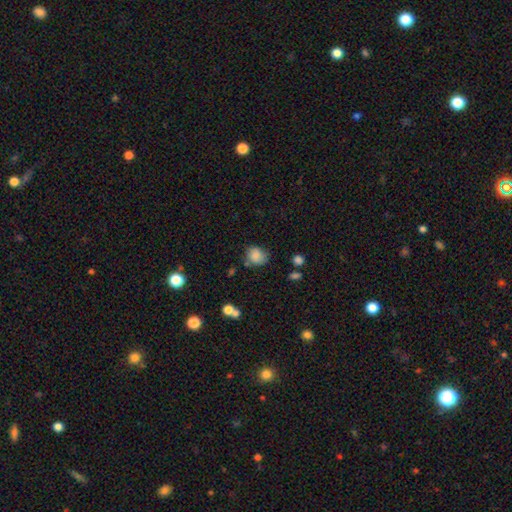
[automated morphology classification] type=smooth (83%); roundness=round (70%); merging=none (63%).